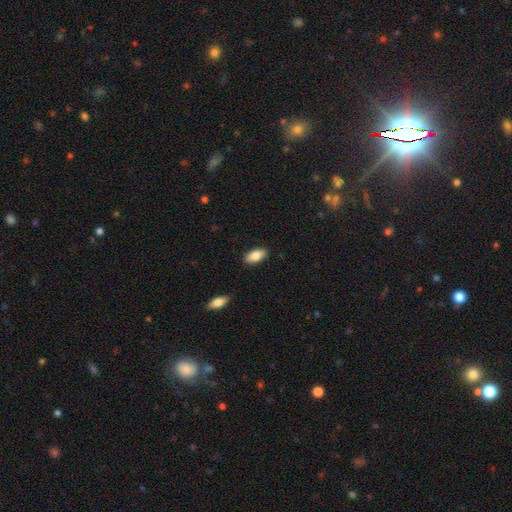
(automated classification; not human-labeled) Morphology: type=smooth (83%); roundness=in between (90%); merging=none (89%).